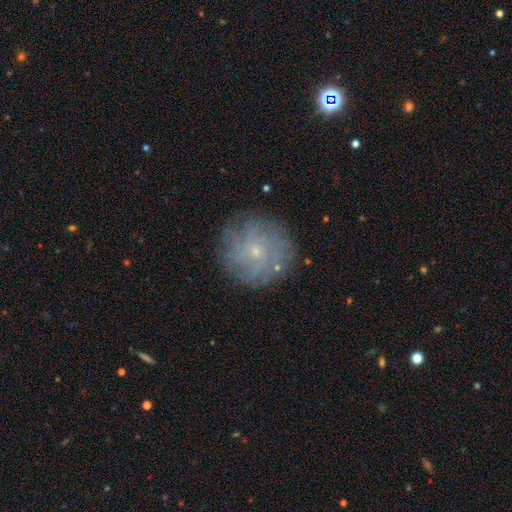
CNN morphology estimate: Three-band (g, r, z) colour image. It shows a featured or disk galaxy (46%). Merging: none (84%).